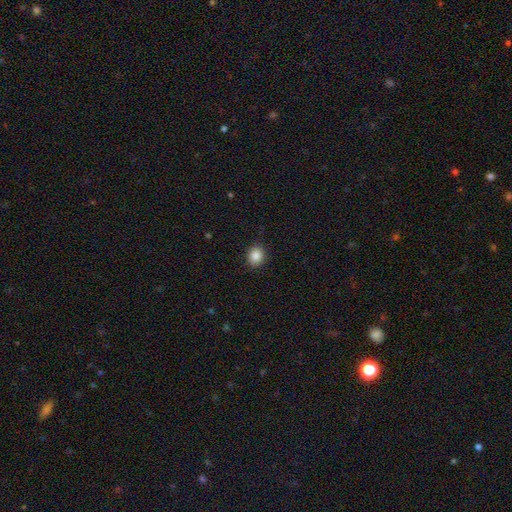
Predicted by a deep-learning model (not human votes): Smooth or featured? Predicted: smooth (p=0.86). How rounded? Predicted: round (p=0.69). Merging? Predicted: none (p=0.89).